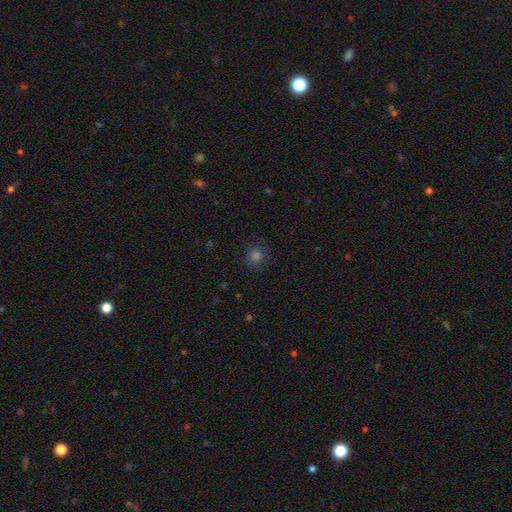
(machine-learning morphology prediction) Smooth or featured? smooth (73%)
How rounded? round (91%)
Merging? none (88%)